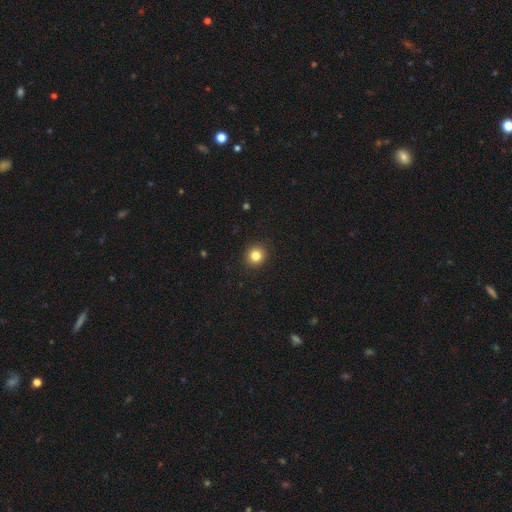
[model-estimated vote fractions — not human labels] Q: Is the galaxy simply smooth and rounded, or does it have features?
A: smooth — 83%.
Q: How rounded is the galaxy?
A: round — 88%.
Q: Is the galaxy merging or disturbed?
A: none — 92%.